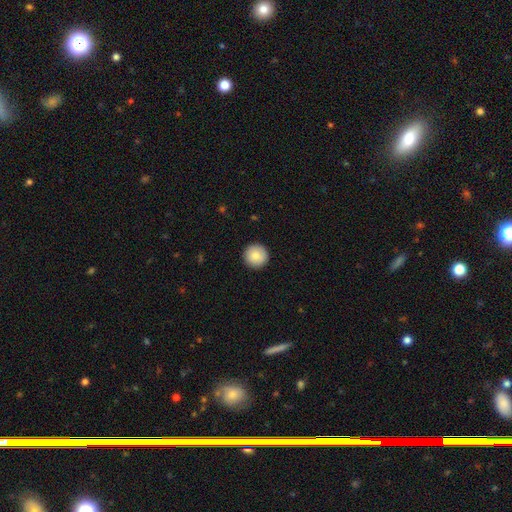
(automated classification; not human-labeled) Smooth or featured? Predicted: smooth (p=0.84). How rounded? Predicted: round (p=0.96). Merging? Predicted: none (p=0.92).